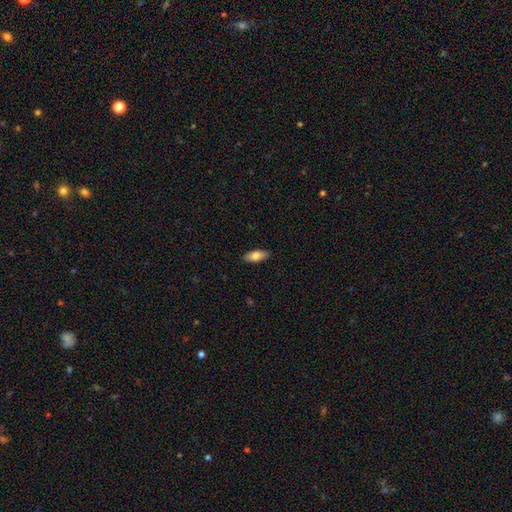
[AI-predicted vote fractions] Smooth or featured? smooth (77%)
How rounded? in between (78%)
Merging? none (89%)